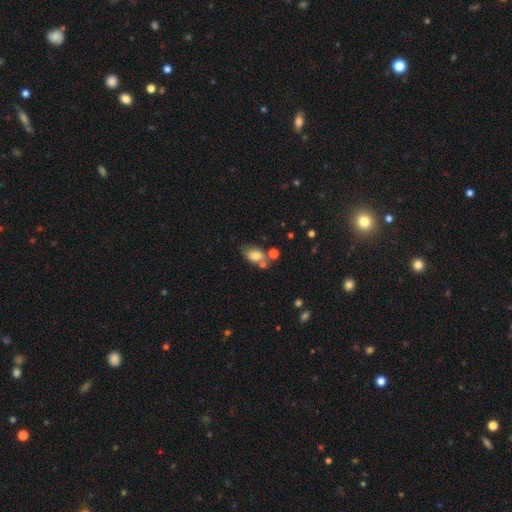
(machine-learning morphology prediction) Smooth or featured?
  - smooth: 74% *
  - featured or disk: 15%
  - star or artifact: 11%
How rounded?
  - in between: 85% *
  - round: 13%
  - cigar-shaped: 2%
Merging?
  - none: 44% *
  - merger: 24%
  - minor disturbance: 22%
  - major disturbance: 10%